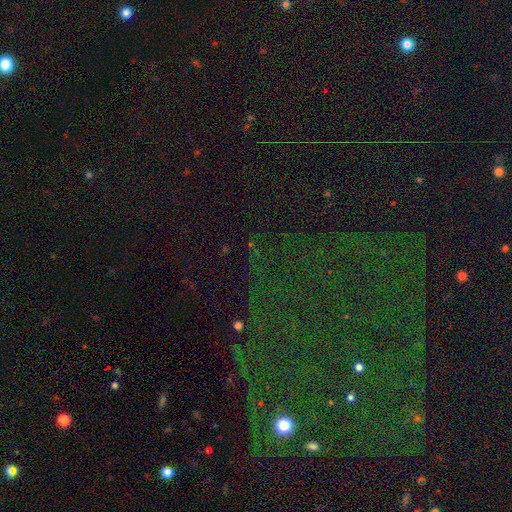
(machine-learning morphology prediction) This appears to be a star or artifact, not a galaxy (83%).